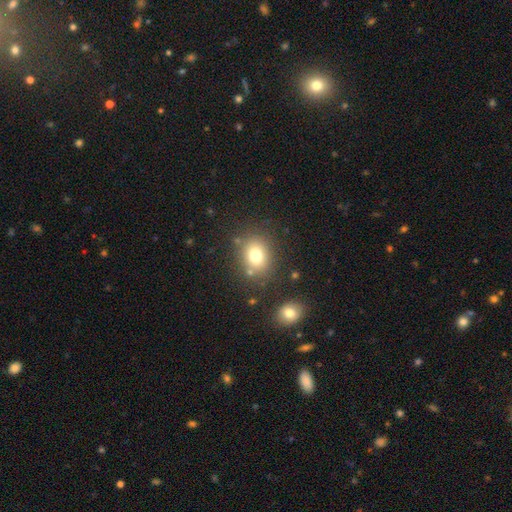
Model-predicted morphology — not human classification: Smooth or featured? smooth (76%)
How rounded? round (57%)
Merging? none (78%)